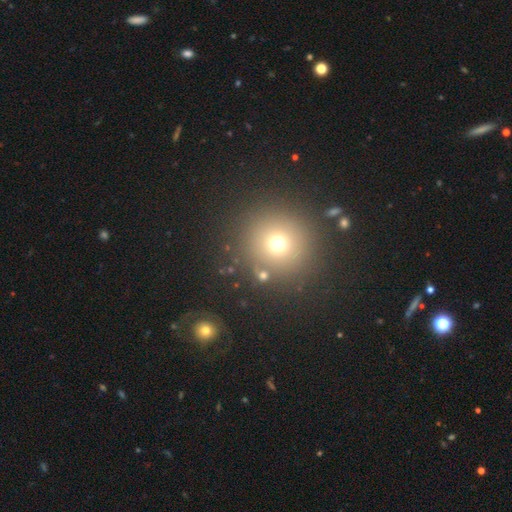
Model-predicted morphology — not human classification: type=smooth (56%); roundness=round (93%); merging=none (87%).